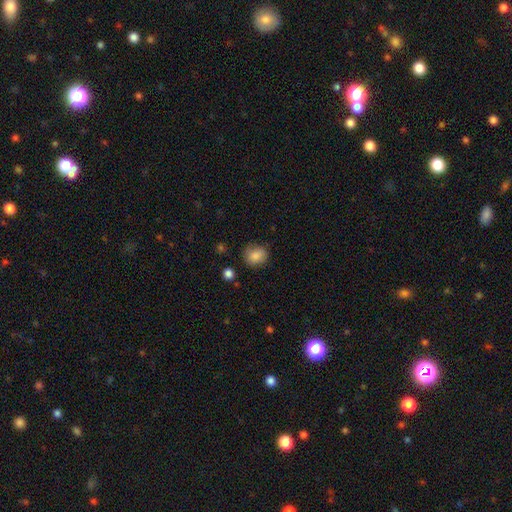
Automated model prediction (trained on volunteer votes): This is clearly a smooth galaxy (85%). How rounded: likely round (69%). Merging: likely none (78%).